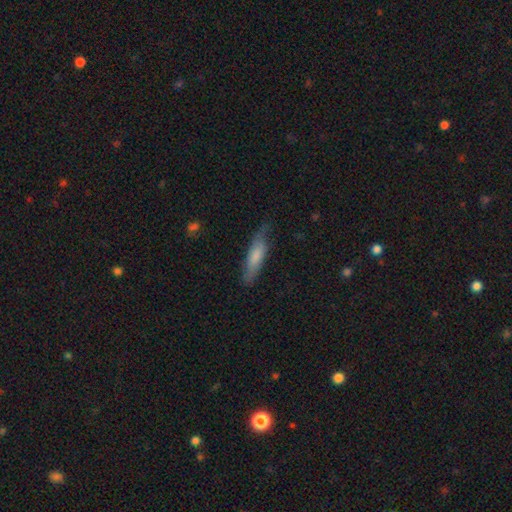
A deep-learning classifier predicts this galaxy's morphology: A smooth galaxy with no disk features (67%) that is cigar-shaped (66%).

Vote fractions:
- Smooth or featured? smooth: 67% / featured or disk: 27% / star or artifact: 6%
- How rounded? cigar-shaped: 66% / in between: 32% / round: 2%
- Merging? none: 69% / minor disturbance: 23% / major disturbance: 6% / merger: 2%